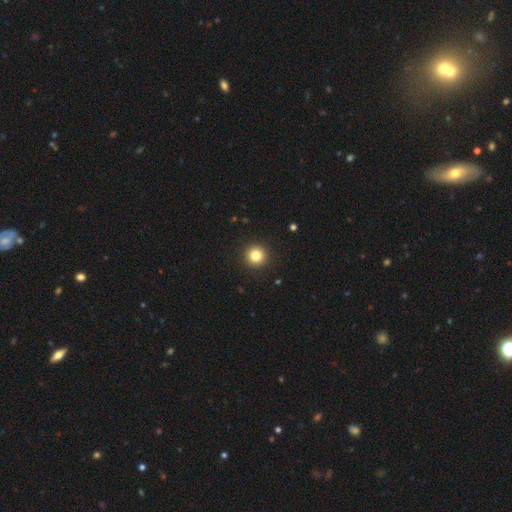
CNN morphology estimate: Smooth or featured? smooth (82%)
How rounded? round (96%)
Merging? none (93%)